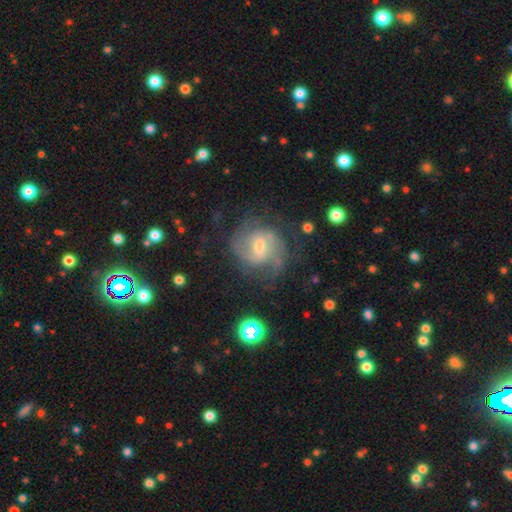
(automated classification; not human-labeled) This is clearly a featured or disk galaxy (81%). It is clearly not viewed edge-on (97%). Bar: possibly weak (54%). Spiral arm pattern: clearly yes (95%). Spiral arm count: possibly 2 (58%). Spiral winding: possibly medium (46%). Central bulge: possibly moderate (49%). Merging: likely none (73%).